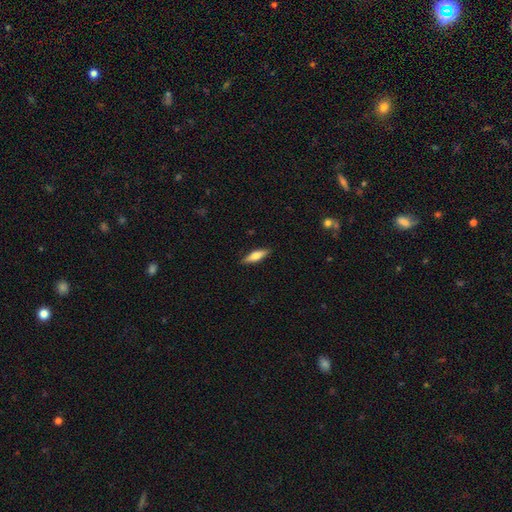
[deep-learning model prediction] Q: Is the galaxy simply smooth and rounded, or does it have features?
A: smooth — 62%.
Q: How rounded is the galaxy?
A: cigar-shaped — 61%.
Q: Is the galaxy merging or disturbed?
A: none — 88%.